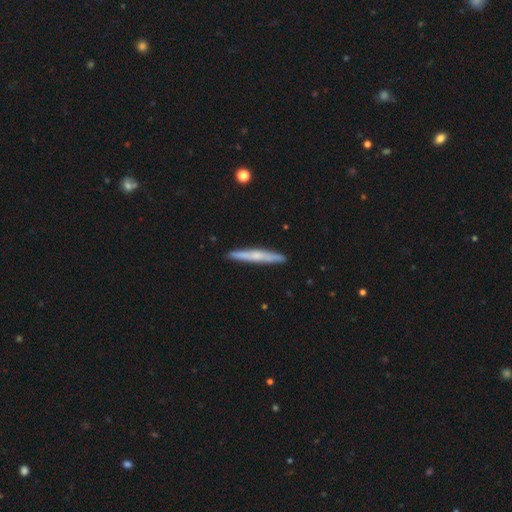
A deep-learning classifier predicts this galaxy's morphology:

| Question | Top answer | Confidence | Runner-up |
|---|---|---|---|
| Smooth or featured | featured or disk | 48% | smooth (46%) |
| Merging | none | 91% | minor disturbance (7%) |